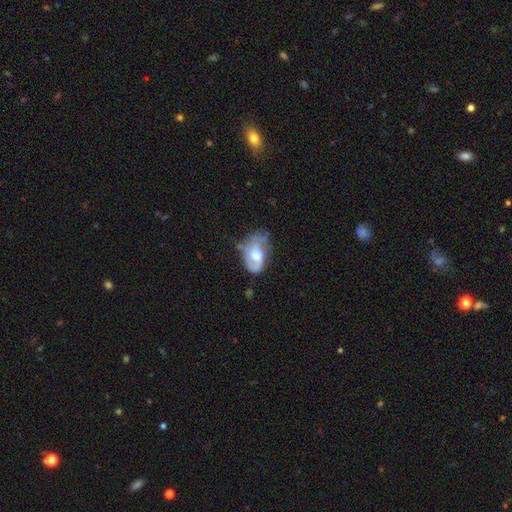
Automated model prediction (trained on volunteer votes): featured or disk 64%, smooth 29%, star or artifact 6%. Down the decision tree: edge-on disk — no (96%); bar — no (57%); spiral arms — yes (78%); bulge size — moderate (60%); merging — none (39%).